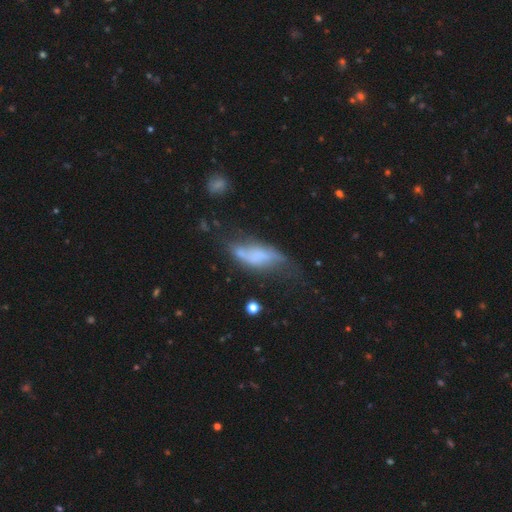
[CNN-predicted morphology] Smooth or featured? featured or disk (50%)
Edge-on disk? no (77%)
Merging? major disturbance (31%)